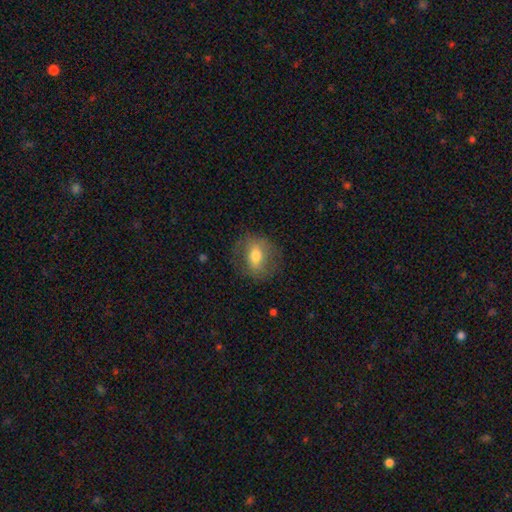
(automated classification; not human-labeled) This is possibly a smooth galaxy (57%). How rounded: possibly in between (54%). Merging: likely none (73%).